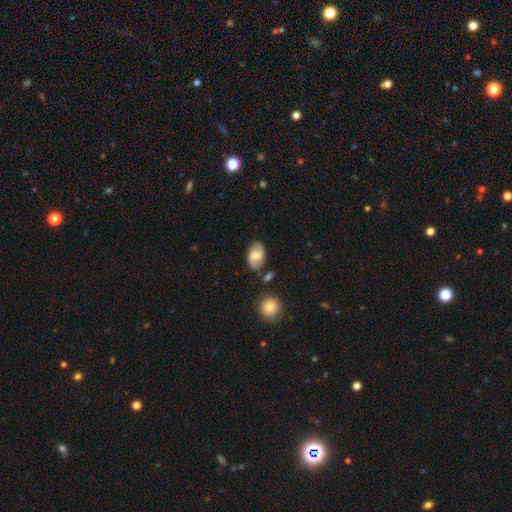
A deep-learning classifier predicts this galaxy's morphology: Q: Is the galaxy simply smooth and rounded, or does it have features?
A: featured or disk — 50%.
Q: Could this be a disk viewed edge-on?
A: no — 96%.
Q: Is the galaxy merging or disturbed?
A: none — 74%.